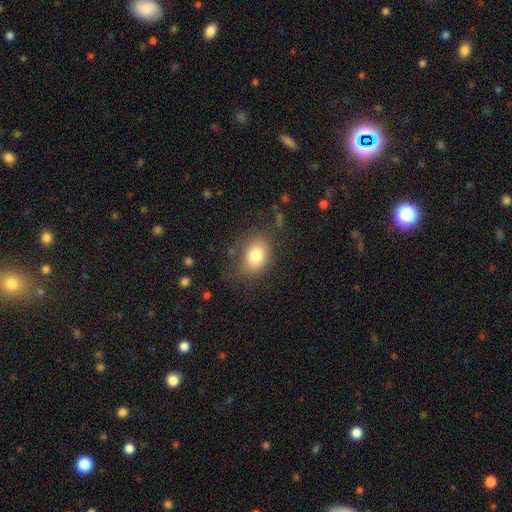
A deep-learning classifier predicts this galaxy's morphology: smooth_or_featured: smooth (p=0.80) [alt: featured or disk p=0.11]
how_rounded: in between (p=0.76) [alt: round p=0.23]
merging: none (p=0.71) [alt: minor disturbance p=0.19]